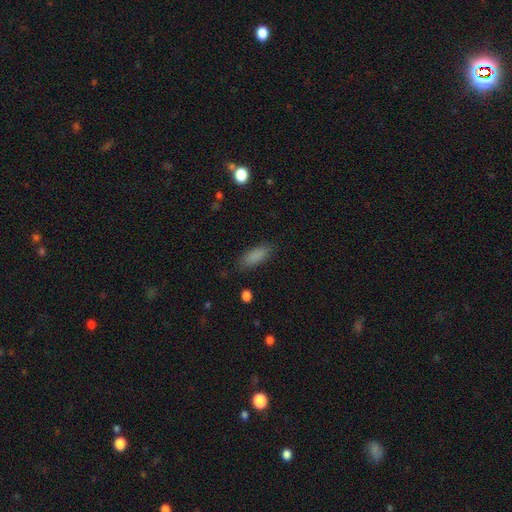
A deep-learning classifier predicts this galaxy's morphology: Smooth or featured? Predicted: smooth (p=0.86). How rounded? Predicted: in between (p=0.67). Merging? Predicted: none (p=0.84).